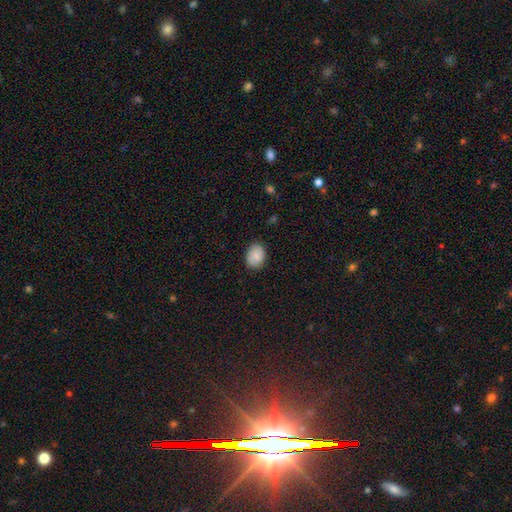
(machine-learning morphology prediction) The model was most divided on "how rounded": in between: 65%, round: 34%, cigar-shaped: 1%. More confident: smooth or featured — smooth (86%); merging — none (83%).